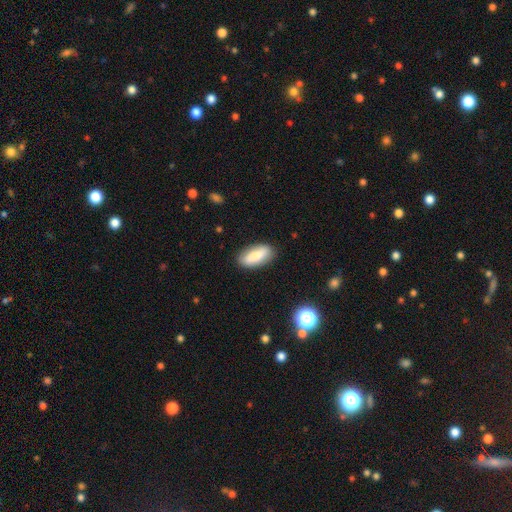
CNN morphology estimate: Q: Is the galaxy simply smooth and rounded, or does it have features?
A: smooth — 80%.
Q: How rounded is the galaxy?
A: in between — 83%.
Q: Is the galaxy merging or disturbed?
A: none — 86%.